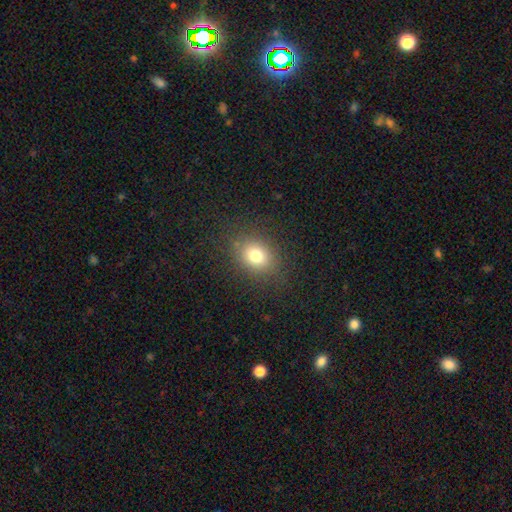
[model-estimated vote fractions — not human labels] This is likely a smooth galaxy (76%). How rounded: possibly round (54%). Merging: clearly none (85%).